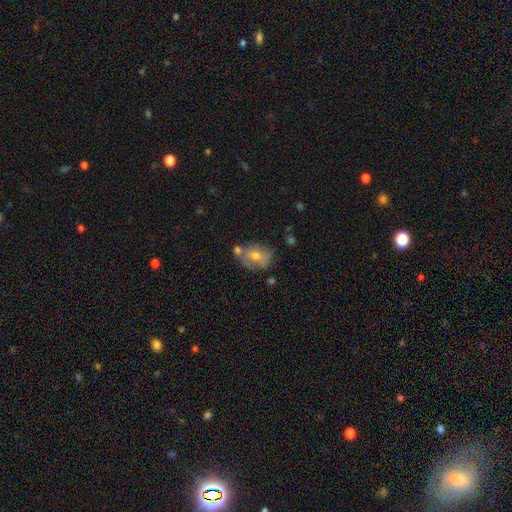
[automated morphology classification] Smooth or featured?
  - smooth: 54% *
  - featured or disk: 36%
  - star or artifact: 10%
How rounded?
  - in between: 66% *
  - round: 32%
  - cigar-shaped: 2%
Merging?
  - none: 52% *
  - minor disturbance: 22%
  - merger: 18%
  - major disturbance: 8%